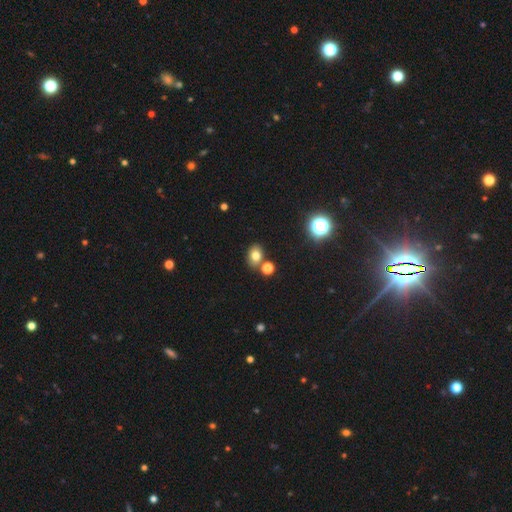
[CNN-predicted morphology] smooth 76%, star or artifact 15%, featured or disk 9%. Down the decision tree: how rounded — in between (58%); merging — none (71%).